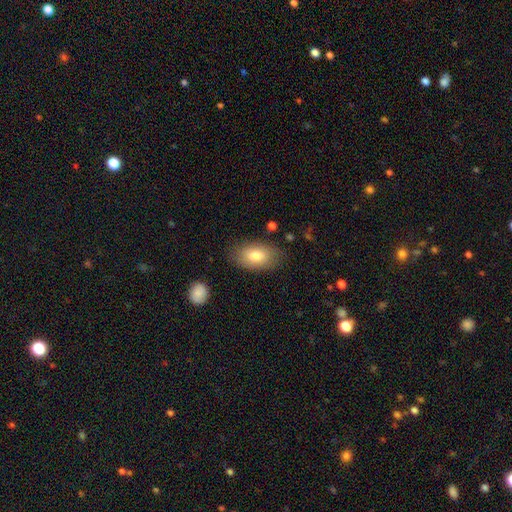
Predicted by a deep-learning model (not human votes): Smooth or featured: smooth — 79% (featured or disk — 14%)
How rounded: in between — 91% (round — 7%)
Merging: none — 80% (minor disturbance — 14%)